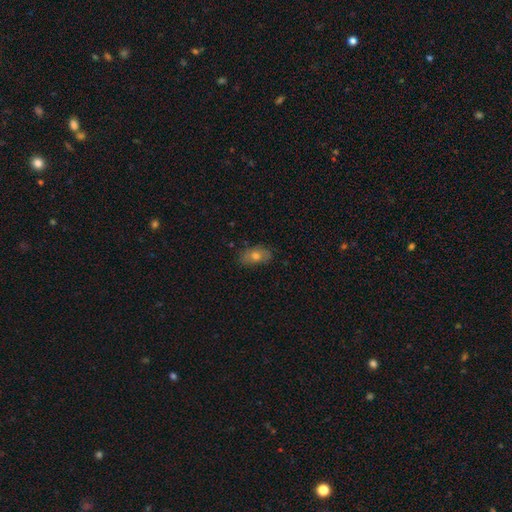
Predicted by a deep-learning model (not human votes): smooth_or_featured: smooth (p=0.68) [alt: featured or disk p=0.21]
how_rounded: in between (p=0.85) [alt: round p=0.11]
merging: none (p=0.79) [alt: minor disturbance p=0.17]